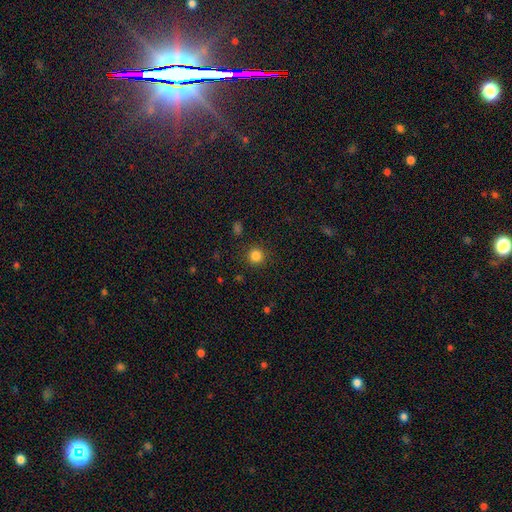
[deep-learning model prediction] Overall: smooth (84%). How rounded: round (94%). Merging: none (91%).